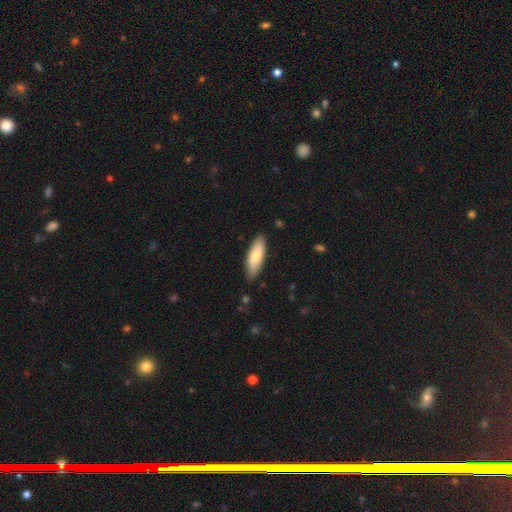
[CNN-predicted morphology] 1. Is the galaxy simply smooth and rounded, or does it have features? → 77% smooth, 18% featured or disk, 5% star or artifact.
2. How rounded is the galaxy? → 59% in between, 39% cigar-shaped, 2% round.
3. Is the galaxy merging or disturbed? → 85% none, 12% minor disturbance, 2% major disturbance, 1% merger.